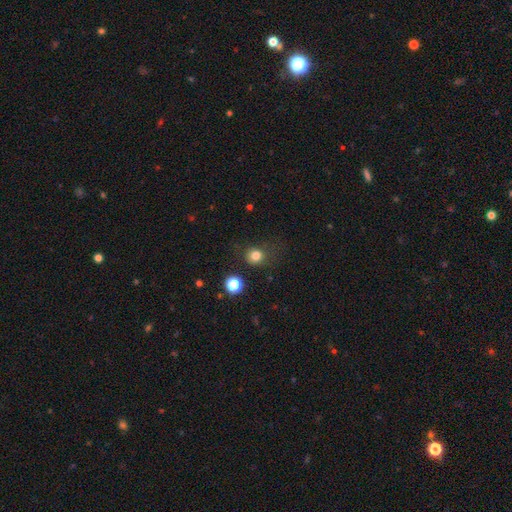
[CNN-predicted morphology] Smooth or featured? Predicted: smooth (p=0.79). How rounded? Predicted: round (p=0.85). Merging? Predicted: none (p=0.73).